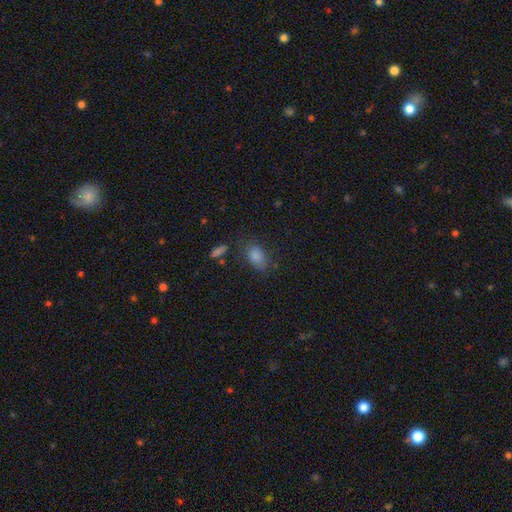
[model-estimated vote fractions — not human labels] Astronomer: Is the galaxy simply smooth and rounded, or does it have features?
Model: smooth — 79%.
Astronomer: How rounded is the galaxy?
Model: in between — 84%.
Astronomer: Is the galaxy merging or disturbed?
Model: none — 74%.